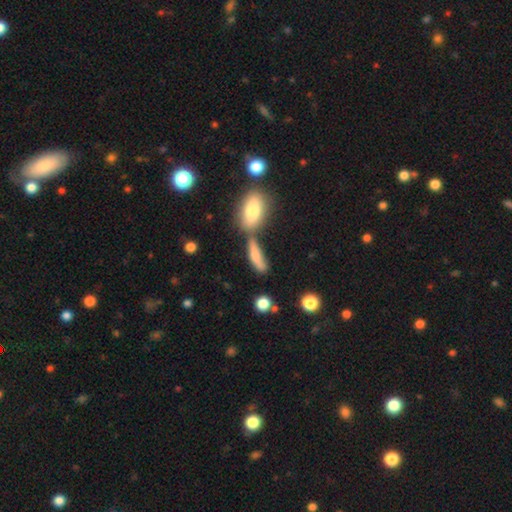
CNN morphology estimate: smooth_or_featured: smooth (p=0.74) [alt: featured or disk p=0.18]
how_rounded: cigar-shaped (p=0.54) [alt: in between p=0.42]
merging: none (p=0.43) [alt: merger p=0.31]